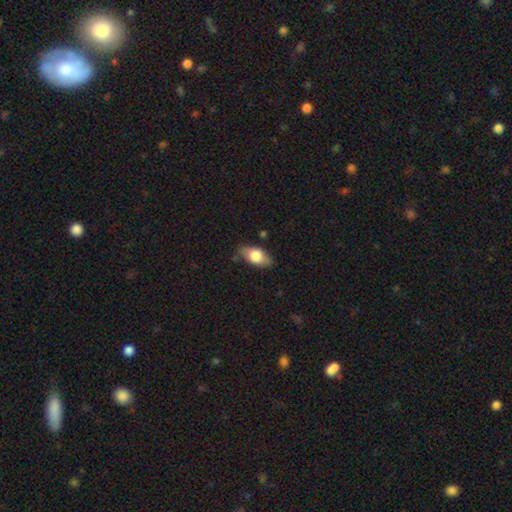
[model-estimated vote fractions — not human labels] Smooth or featured? smooth (71%)
How rounded? in between (89%)
Merging? none (77%)